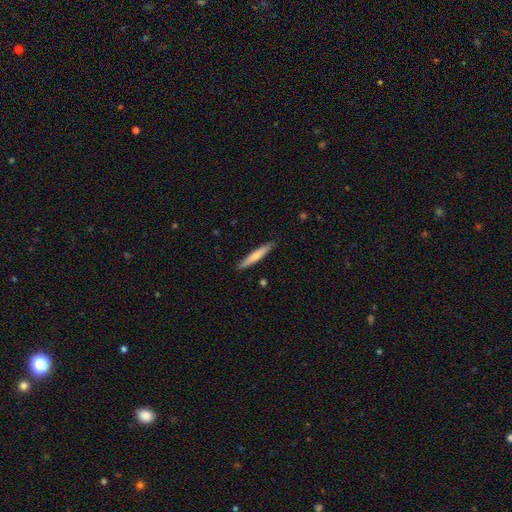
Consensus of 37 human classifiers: Smooth or featured?
  - smooth: 51% *
  - featured or disk: 46%
  - star or artifact: 3%
How rounded?
  - cigar-shaped: 95% *
  - in between: 5%
  - round: 0%
Merging?
  - none: 89% *
  - minor disturbance: 8%
  - major disturbance: 3%
  - merger: 0%